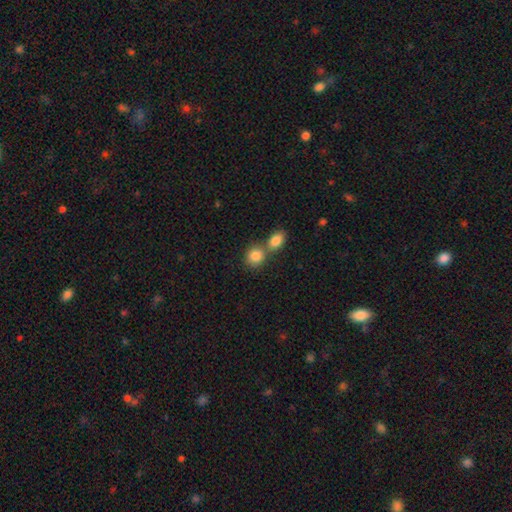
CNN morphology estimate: type=smooth (85%); roundness=round (68%); merging=merger (51%).